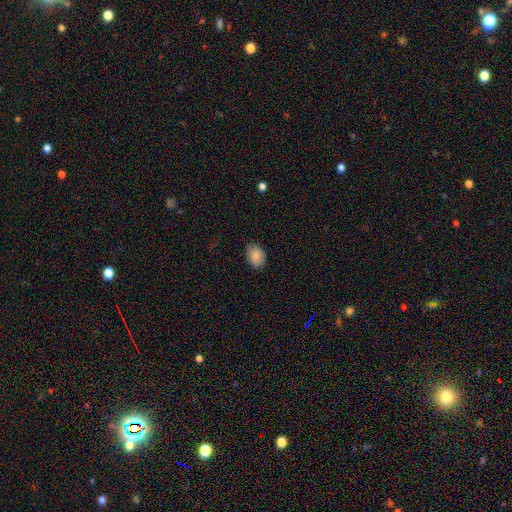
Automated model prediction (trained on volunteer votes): The model was most divided on "how rounded": in between: 78%, round: 20%, cigar-shaped: 1%. More confident: smooth or featured — smooth (86%); merging — none (79%).